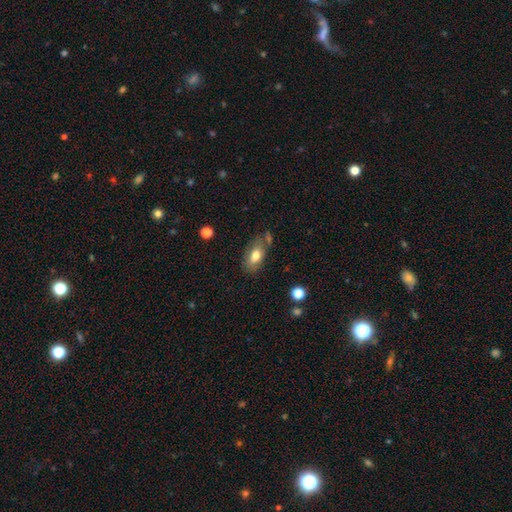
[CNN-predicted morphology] A smooth galaxy with no disk features (75%) that is in between round and cigar-shaped (89%). Merging: none (66%).